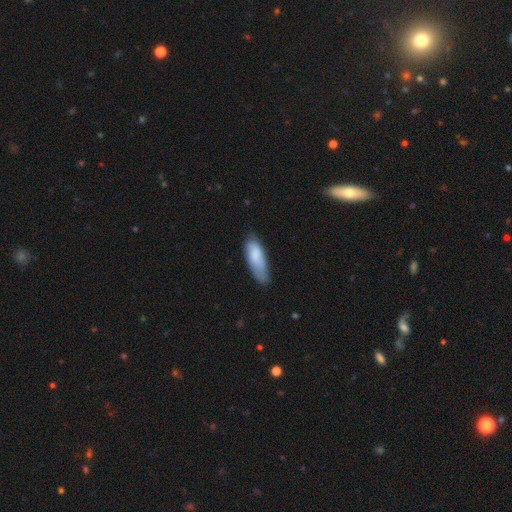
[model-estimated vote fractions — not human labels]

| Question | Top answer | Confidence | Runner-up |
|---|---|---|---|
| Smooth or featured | smooth | 80% | featured or disk (14%) |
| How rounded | in between | 63% | cigar-shaped (35%) |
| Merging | none | 59% | minor disturbance (32%) |